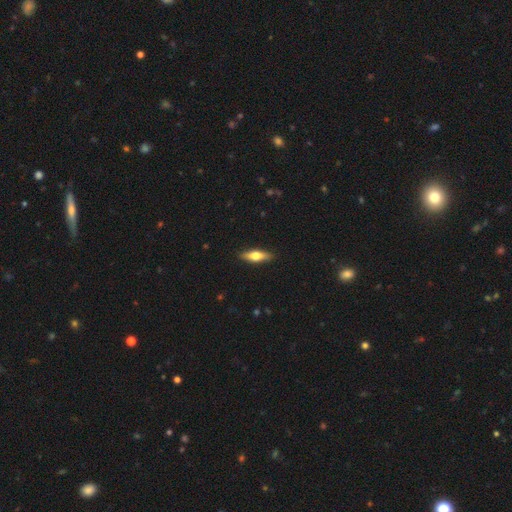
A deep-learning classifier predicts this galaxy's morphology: smooth_or_featured: smooth (p=0.56) [alt: featured or disk p=0.39]
how_rounded: cigar-shaped (p=0.50) [alt: in between p=0.47]
merging: none (p=0.89) [alt: minor disturbance p=0.08]